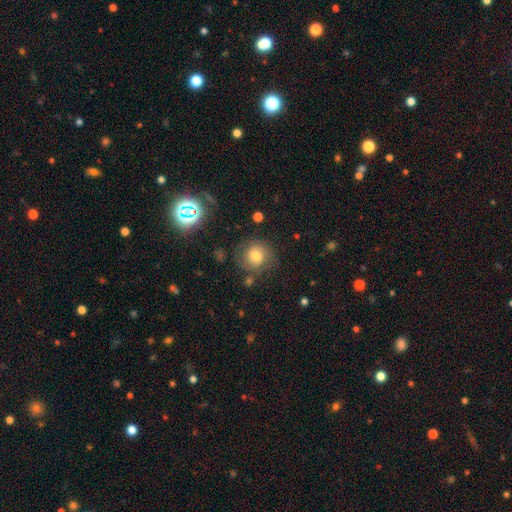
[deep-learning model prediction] This appears to be a smooth galaxy with no disk features (61%) that is round (87%). Merging: none (72%).